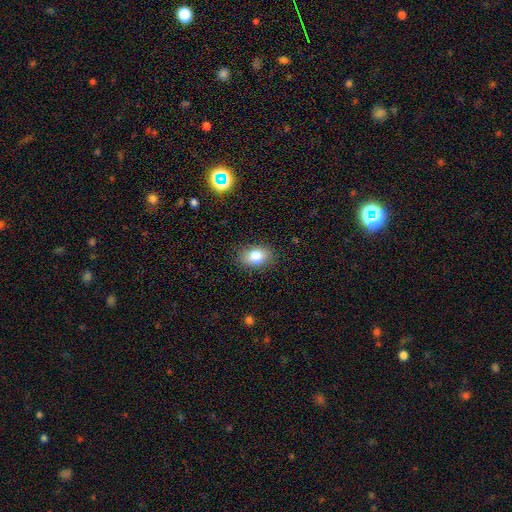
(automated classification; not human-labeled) smooth 82%, featured or disk 9%, star or artifact 9%. Down the decision tree: how rounded — in between (80%); merging — none (85%).